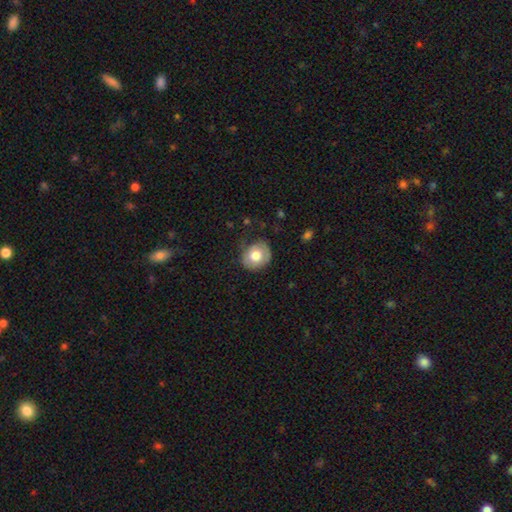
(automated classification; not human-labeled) Smooth or featured? smooth (73%)
How rounded? round (70%)
Merging? none (73%)